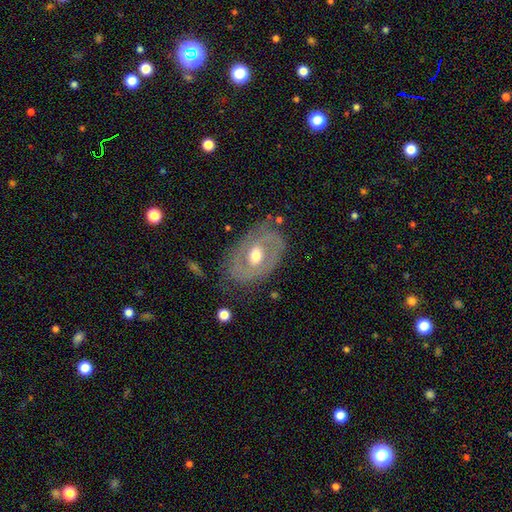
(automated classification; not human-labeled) A featured or disk galaxy (76%) with no bar (57%), spiral arms (63%) and a moderate central bulge (75%).

Vote fractions:
- Smooth or featured? featured or disk: 76% / smooth: 18% / star or artifact: 5%
- Edge-on disk? no: 94% / yes: 6%
- Bar? no: 57% / weak: 32% / strong: 11%
- Spiral arms? yes: 63% / no: 37%
- Bulge size? moderate: 75% / small: 15% / large: 8% / dominant: 1% / none: 1%
- Merging? none: 71% / minor disturbance: 19% / major disturbance: 8% / merger: 2%